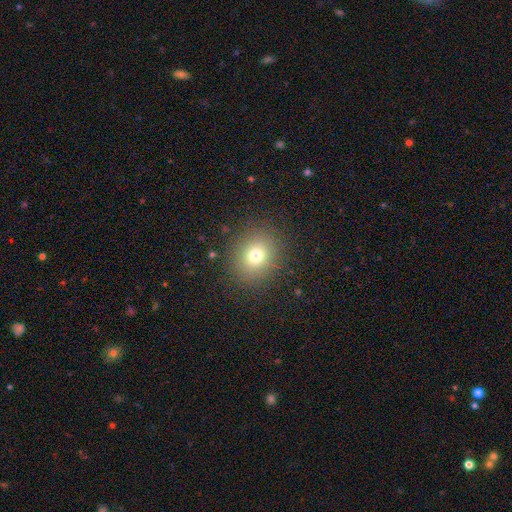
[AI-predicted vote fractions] This appears to be a smooth galaxy with no disk features (75%) that is round (77%). Merging: none (88%).